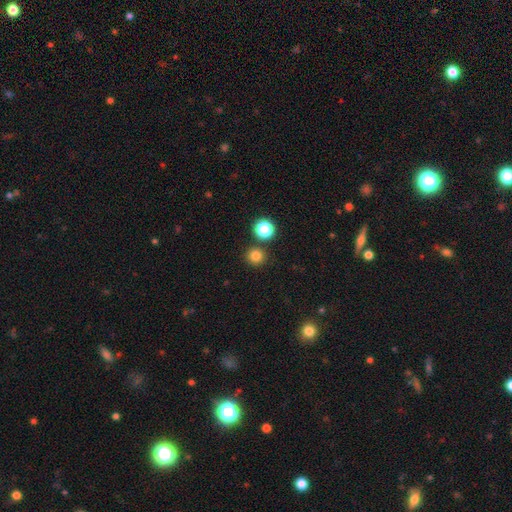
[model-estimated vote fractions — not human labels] A smooth galaxy with no disk features (80%) that is round (93%).

Vote fractions:
- Smooth or featured? smooth: 80% / star or artifact: 15% / featured or disk: 5%
- How rounded? round: 93% / in between: 6% / cigar-shaped: 1%
- Merging? none: 85% / merger: 7% / minor disturbance: 6% / major disturbance: 2%